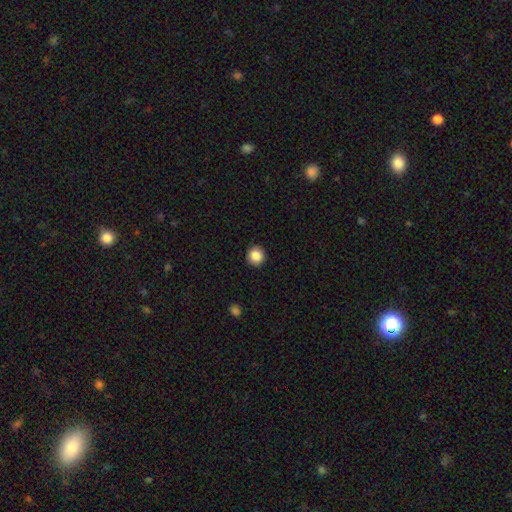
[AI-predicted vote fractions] smooth 86%, star or artifact 9%, featured or disk 4%. Down the decision tree: how rounded — round (93%); merging — none (92%).